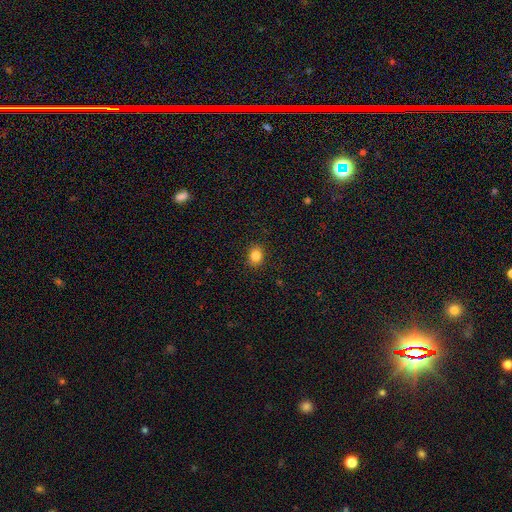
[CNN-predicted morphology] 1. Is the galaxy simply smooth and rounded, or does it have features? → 84% smooth, 11% star or artifact, 5% featured or disk.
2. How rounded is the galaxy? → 62% round, 37% in between, 1% cigar-shaped.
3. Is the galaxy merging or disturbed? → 90% none, 7% minor disturbance, 2% major disturbance, 1% merger.